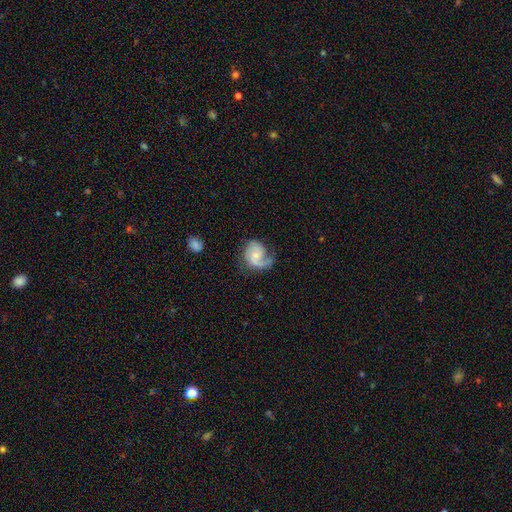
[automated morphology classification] type=featured or disk (74%); edge-on=no (98%); bar=no (67%); spiral arms=yes (94%); winding=medium (44%); arm count=1 (50%); bulge=small (54%); merging=none (53%).